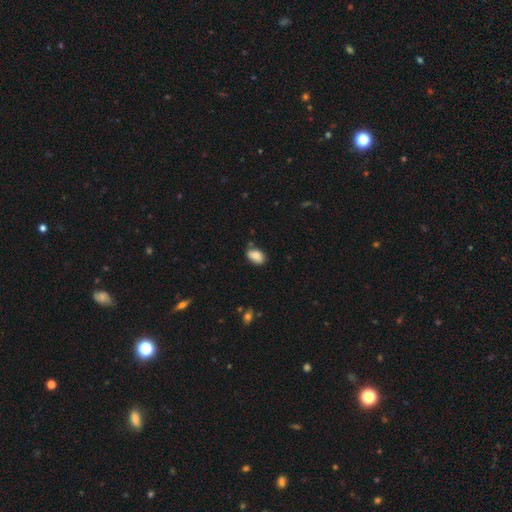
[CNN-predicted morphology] A smooth galaxy with no disk features (84%) that is in between round and cigar-shaped (89%).

Vote fractions:
- Smooth or featured? smooth: 84% / star or artifact: 8% / featured or disk: 8%
- How rounded? in between: 89% / round: 9% / cigar-shaped: 2%
- Merging? none: 68% / minor disturbance: 22% / merger: 6% / major disturbance: 4%